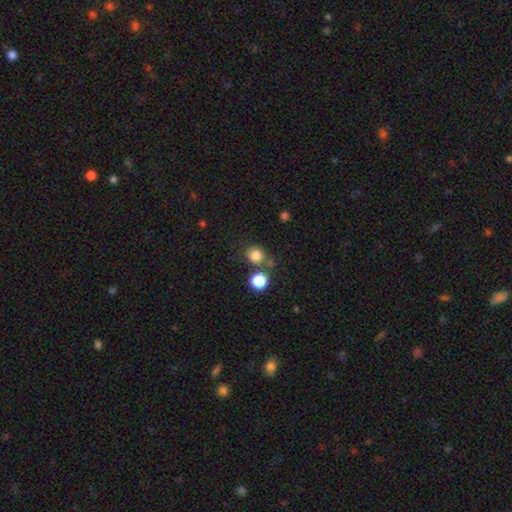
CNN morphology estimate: A smooth galaxy with no disk features (81%) that is round (90%).

Vote fractions:
- Smooth or featured? smooth: 81% / star or artifact: 14% / featured or disk: 5%
- How rounded? round: 90% / in between: 9% / cigar-shaped: 1%
- Merging? none: 70% / merger: 17% / minor disturbance: 9% / major disturbance: 4%